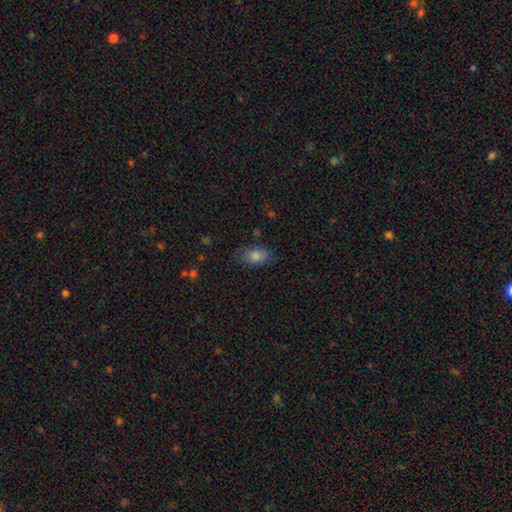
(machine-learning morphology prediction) smooth 77%, featured or disk 12%, star or artifact 11%. Down the decision tree: how rounded — in between (86%); merging — none (78%).